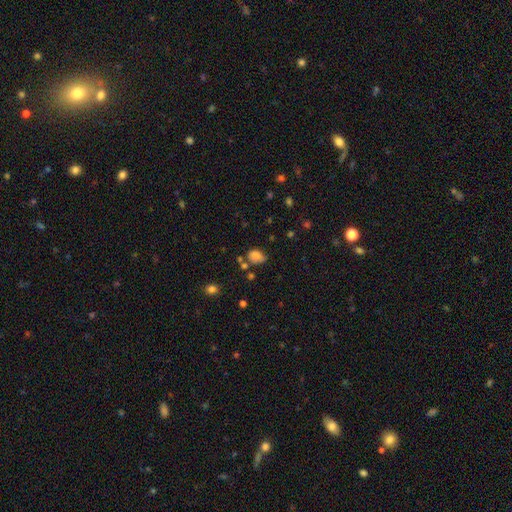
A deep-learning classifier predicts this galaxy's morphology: smooth 76%, featured or disk 12%, star or artifact 12%. Down the decision tree: how rounded — in between (73%); merging — none (54%).